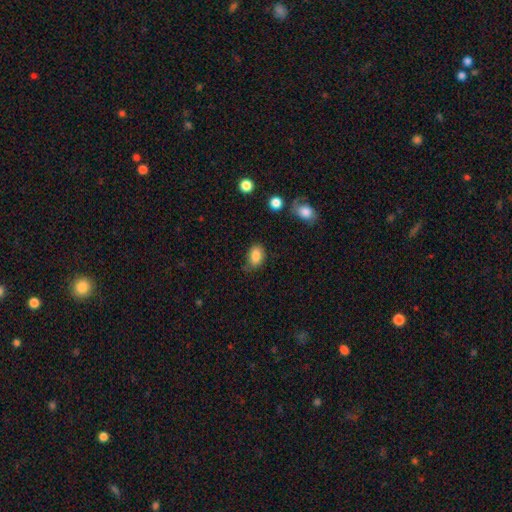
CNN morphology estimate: A smooth galaxy with no disk features (86%) that is in between round and cigar-shaped (85%). Merging: none (71%).